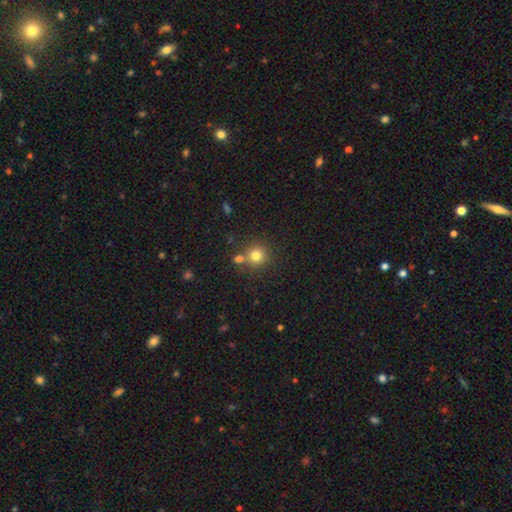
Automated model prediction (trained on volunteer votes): The model was most divided on "merging": none: 67%, merger: 22%, minor disturbance: 8%, major disturbance: 3%. More confident: how rounded — round (91%); smooth or featured — smooth (79%).